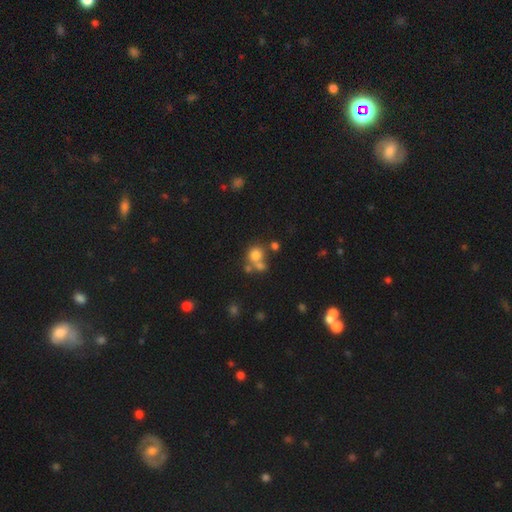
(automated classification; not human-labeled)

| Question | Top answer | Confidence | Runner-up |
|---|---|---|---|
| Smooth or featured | smooth | 73% | star or artifact (15%) |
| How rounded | round | 84% | in between (15%) |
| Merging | none | 49% | merger (36%) |